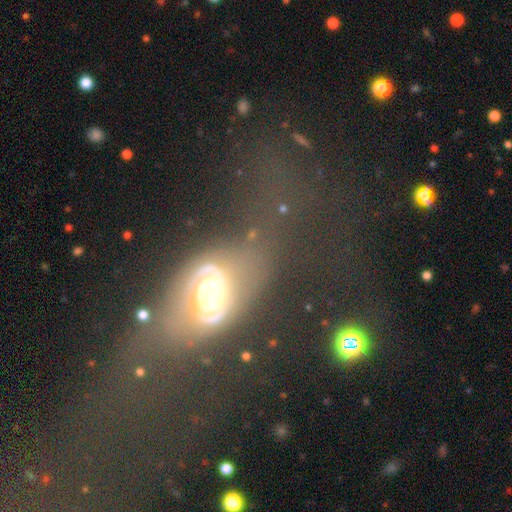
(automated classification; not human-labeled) Morphology: type=featured or disk (80%); edge-on=no (94%); bar=no (46%); spiral arms=yes (87%); winding=medium (45%); arm count=2 (87%); bulge=moderate (56%); merging=none (51%).